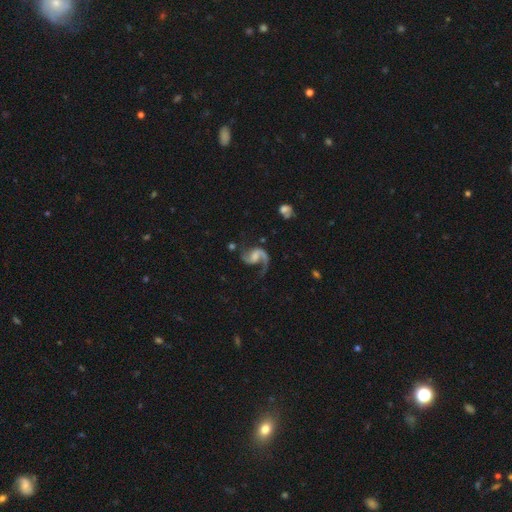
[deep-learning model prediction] smooth_or_featured: featured or disk (p=0.89) [alt: smooth p=0.06]
disk_edge_on: no (p=0.98) [alt: yes p=0.02]
bar: weak (p=0.45) [alt: no p=0.38]
has_spiral_arms: yes (p=0.97) [alt: no p=0.03]
spiral_winding: loose (p=0.52) [alt: medium p=0.41]
spiral_arm_count: 2 (p=0.73) [alt: 1 p=0.23]
bulge_size: none (p=0.37) [alt: small p=0.27]
merging: none (p=0.57) [alt: major disturbance p=0.22]